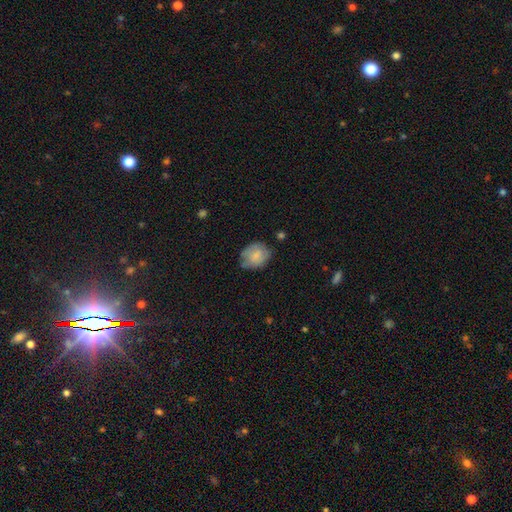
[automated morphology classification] A smooth galaxy with no disk features (75%) that is in between round and cigar-shaped (50%). Merging: none (61%).